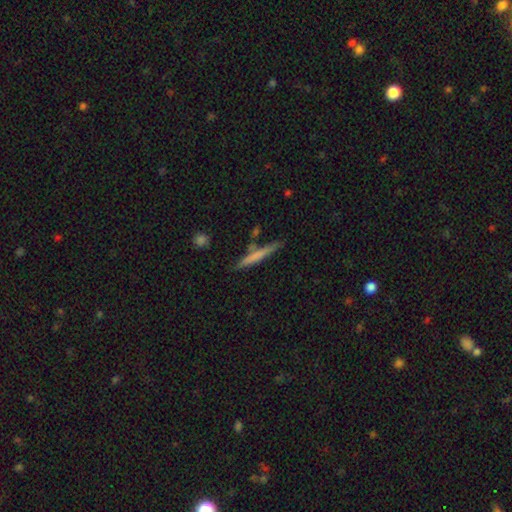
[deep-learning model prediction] Overall: smooth (58%; featured or disk 36%). How rounded: cigar-shaped (95%). Merging: none (77%).